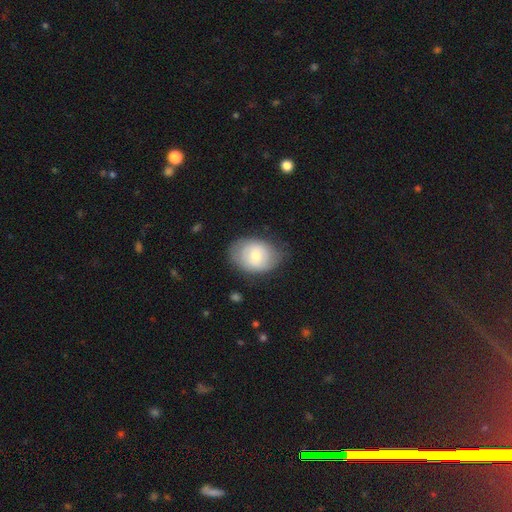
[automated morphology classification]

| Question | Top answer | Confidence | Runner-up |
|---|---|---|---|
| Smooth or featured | smooth | 64% | featured or disk (29%) |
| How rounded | in between | 64% | round (35%) |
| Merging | none | 70% | minor disturbance (23%) |